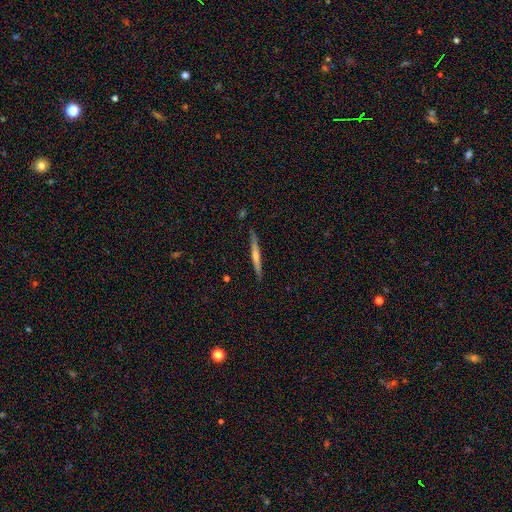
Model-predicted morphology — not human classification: The model was most divided on "edge-on bulge": rounded: 67%, none: 25%, boxy: 8%. More confident: edge-on disk — yes (98%); merging — none (90%); smooth or featured — featured or disk (73%).